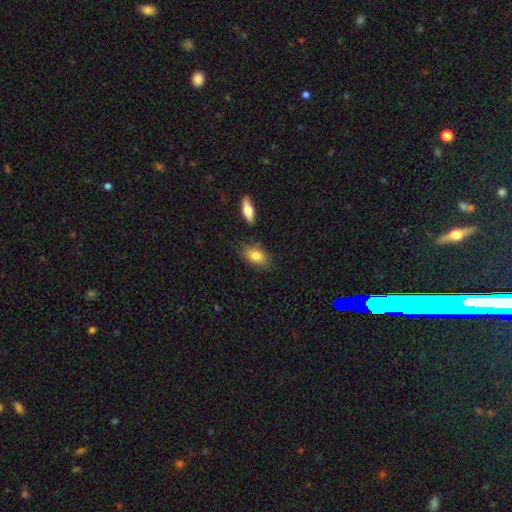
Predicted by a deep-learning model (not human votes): Q: Smooth or featured?
A: smooth (81%); runner-up: featured or disk (12%)
Q: How rounded?
A: in between (88%); runner-up: round (7%)
Q: Merging?
A: none (78%); runner-up: minor disturbance (14%)